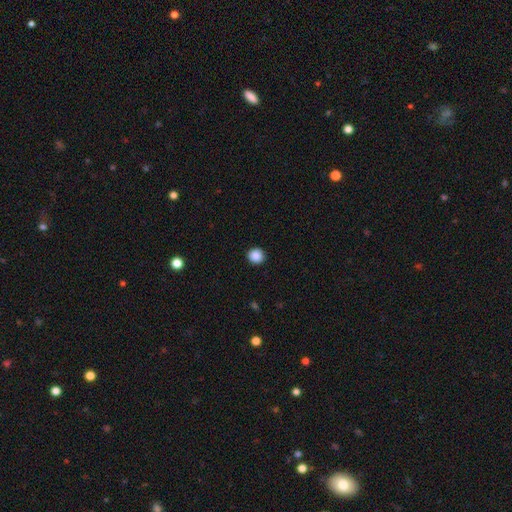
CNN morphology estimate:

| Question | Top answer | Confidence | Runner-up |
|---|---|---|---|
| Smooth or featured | smooth | 88% | star or artifact (9%) |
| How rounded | round | 91% | in between (8%) |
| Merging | none | 92% | minor disturbance (5%) |